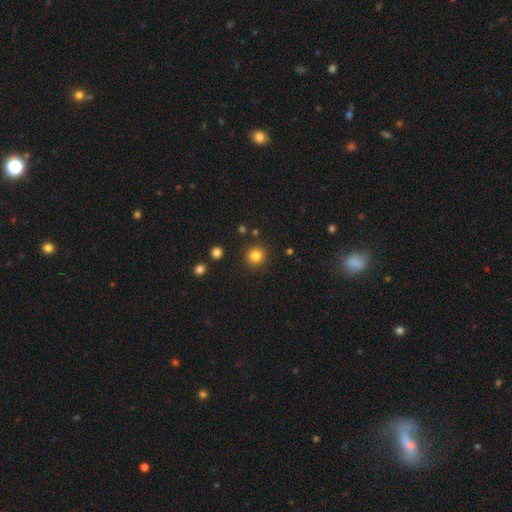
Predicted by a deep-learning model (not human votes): Smooth or featured: smooth — 83% (star or artifact — 12%)
How rounded: round — 92% (in between — 7%)
Merging: none — 90% (minor disturbance — 6%)